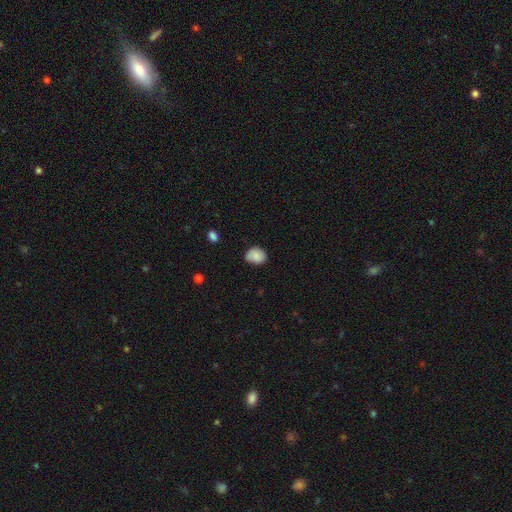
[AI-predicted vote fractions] A smooth galaxy with no disk features (87%) that is in between round and cigar-shaped (53%). Merging: none (72%).